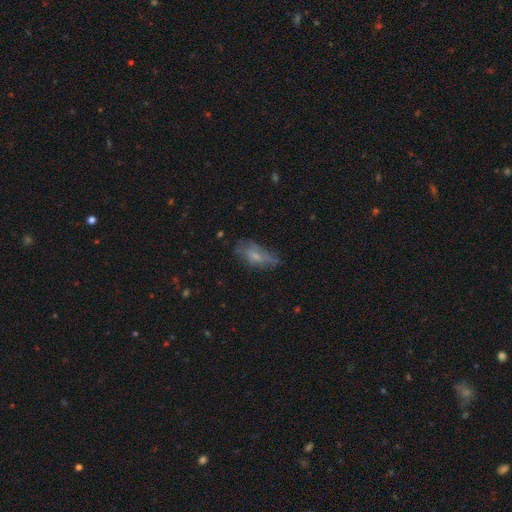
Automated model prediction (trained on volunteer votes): A smooth galaxy with no disk features (52%) that is in between round and cigar-shaped (81%).

Vote fractions:
- Smooth or featured? smooth: 52% / featured or disk: 37% / star or artifact: 10%
- How rounded? in between: 81% / cigar-shaped: 16% / round: 3%
- Merging? none: 45% / minor disturbance: 32% / major disturbance: 20% / merger: 3%